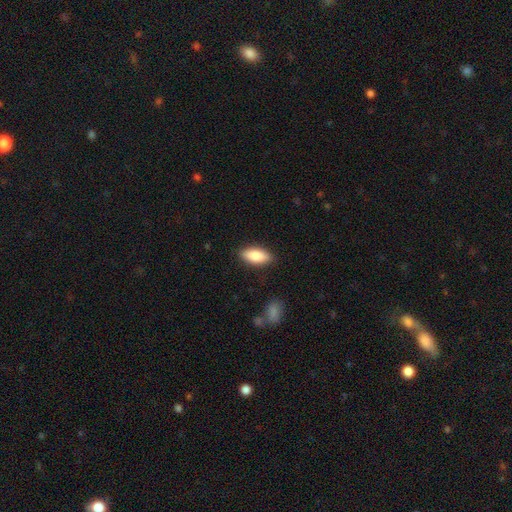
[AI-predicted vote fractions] A smooth galaxy with no disk features (84%) that is in between round and cigar-shaped (82%). Merging: none (87%).